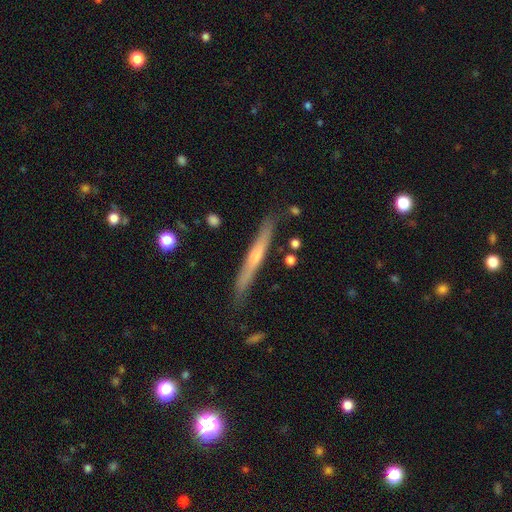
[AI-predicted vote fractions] The model was most divided on "smooth or featured": featured or disk: 52%, smooth: 41%, star or artifact: 6%. More confident: edge-on disk — yes (95%); merging — none (82%).